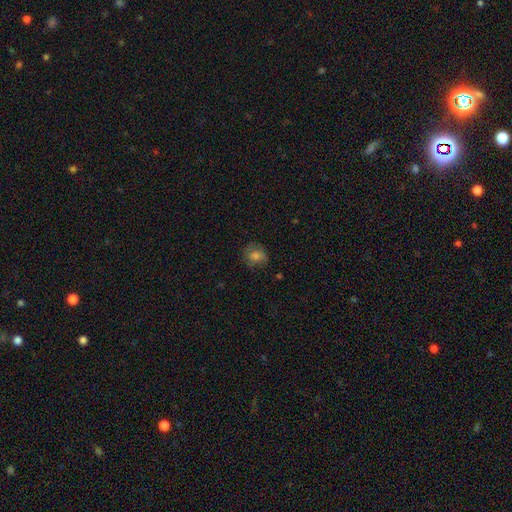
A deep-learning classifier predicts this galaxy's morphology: smooth_or_featured: smooth (p=0.68) [alt: featured or disk p=0.18]
how_rounded: round (p=0.72) [alt: in between p=0.27]
merging: none (p=0.70) [alt: minor disturbance p=0.21]